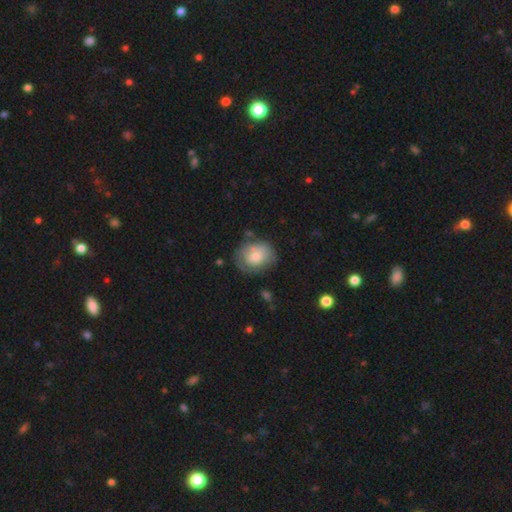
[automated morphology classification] Smooth or featured? smooth (65%)
How rounded? round (59%)
Merging? none (56%)